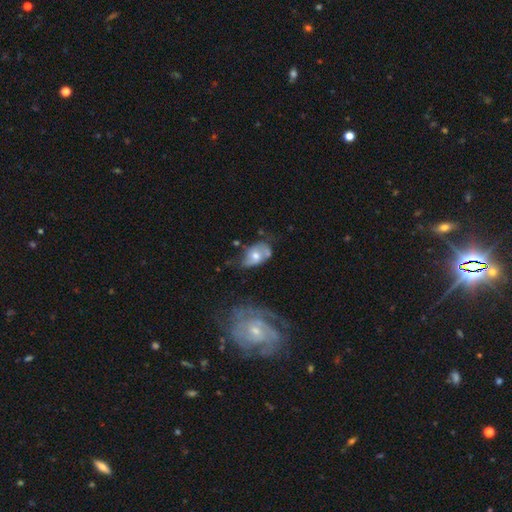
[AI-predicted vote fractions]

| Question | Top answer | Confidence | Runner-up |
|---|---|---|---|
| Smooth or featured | smooth | 47% | featured or disk (46%) |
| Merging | none | 35% | minor disturbance (32%) |